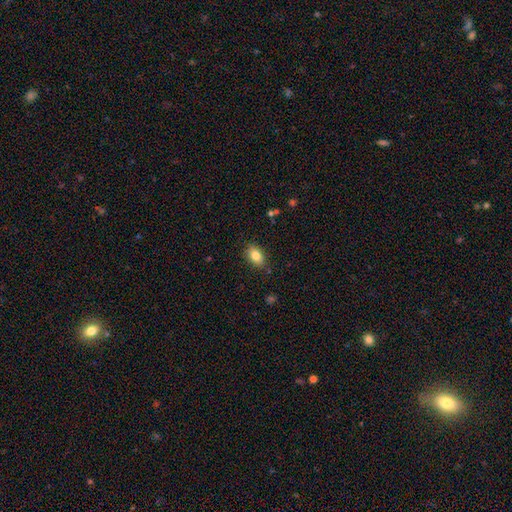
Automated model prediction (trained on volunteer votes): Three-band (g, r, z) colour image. It shows a smooth galaxy with no disk features (83%) that is in between round and cigar-shaped (87%). Merging: none (86%).